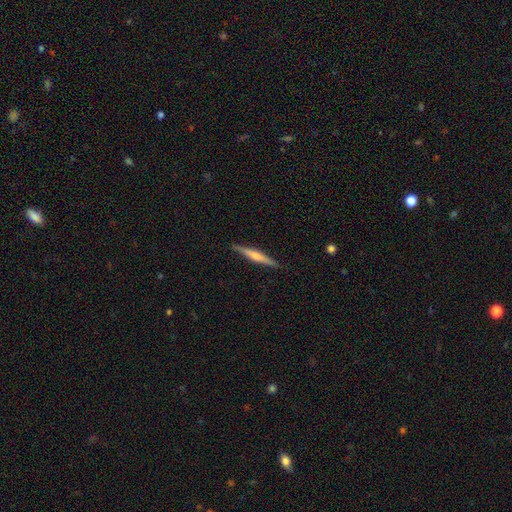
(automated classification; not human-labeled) A featured or disk galaxy (55%) viewed edge-on (97%) with a rounded central bulge (67%). Merging: none (90%).